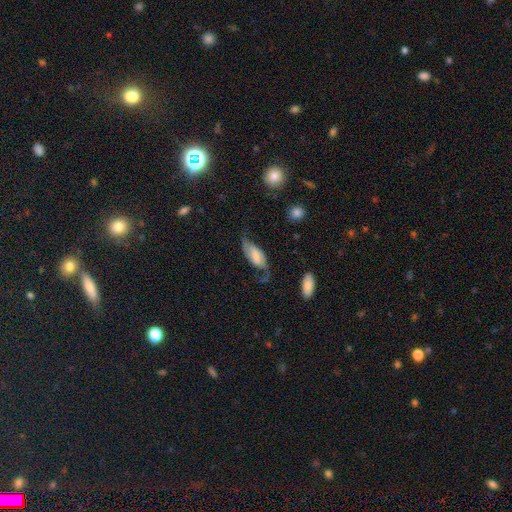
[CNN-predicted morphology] type=featured or disk (55%); edge-on=no (89%); merging=none (48%).